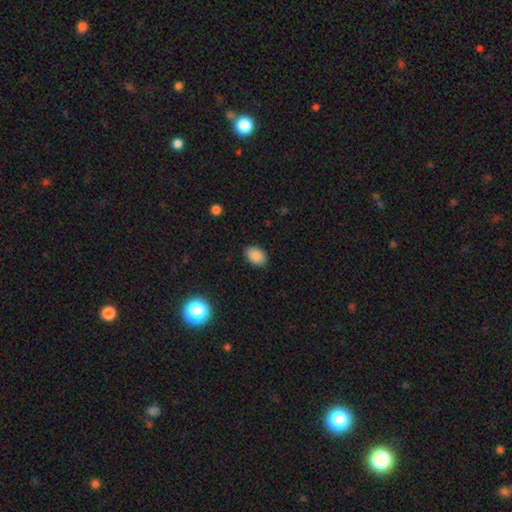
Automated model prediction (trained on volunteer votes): The model was most divided on "how rounded": in between: 80%, round: 19%, cigar-shaped: 1%. More confident: merging — none (88%); smooth or featured — smooth (87%).